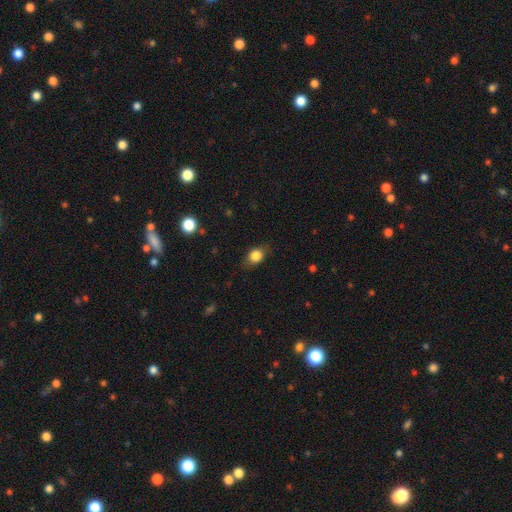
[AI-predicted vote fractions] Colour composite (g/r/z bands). It shows a smooth galaxy with no disk features (82%) that is in between round and cigar-shaped (53%). Merging: none (77%).